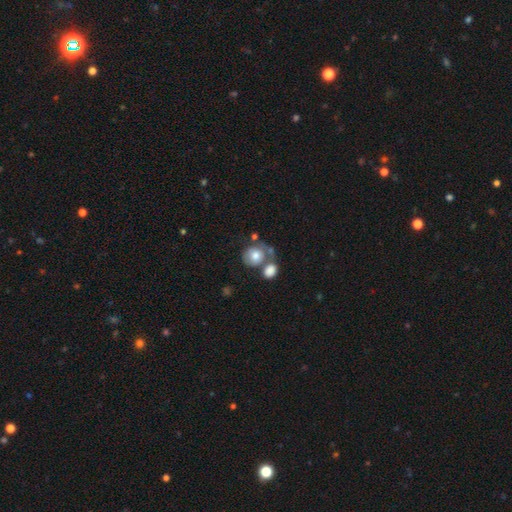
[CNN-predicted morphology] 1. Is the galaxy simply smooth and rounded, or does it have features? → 71% smooth, 21% featured or disk, 8% star or artifact.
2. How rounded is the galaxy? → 70% round, 29% in between, 1% cigar-shaped.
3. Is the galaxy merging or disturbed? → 39% merger, 34% none, 15% minor disturbance, 11% major disturbance.